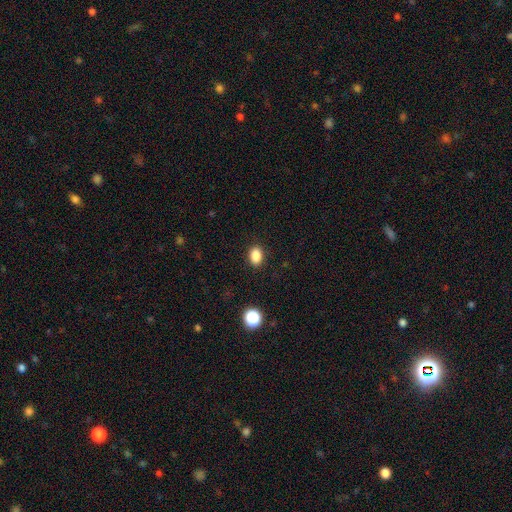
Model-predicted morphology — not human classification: A smooth galaxy with no disk features (86%) that is in between round and cigar-shaped (80%). Merging: none (89%).